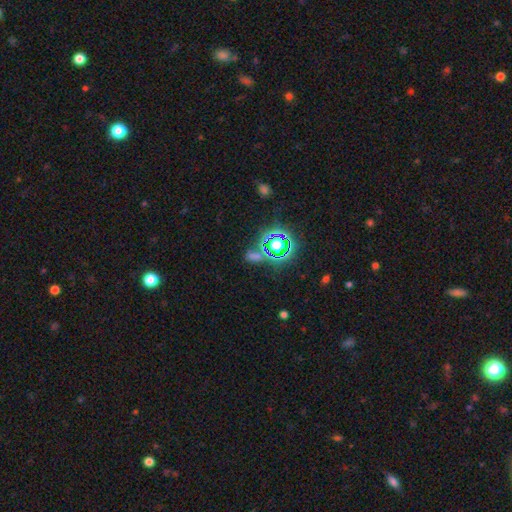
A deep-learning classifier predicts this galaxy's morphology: star or artifact 66%, smooth 26%, featured or disk 9%.